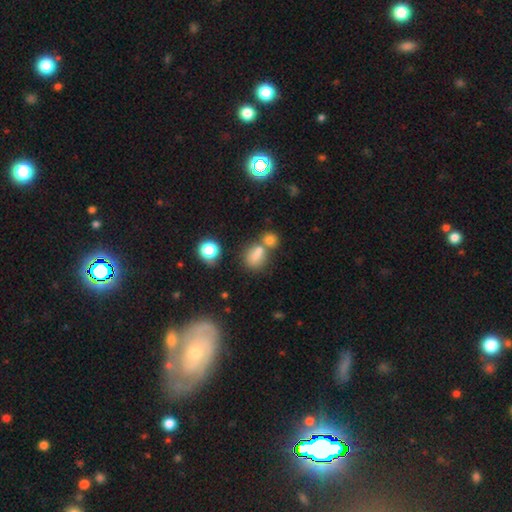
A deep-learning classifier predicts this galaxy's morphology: The model was most divided on "merging": none: 44%, merger: 36%, minor disturbance: 13%, major disturbance: 6%. More confident: smooth or featured — smooth (74%); how rounded — in between (58%).